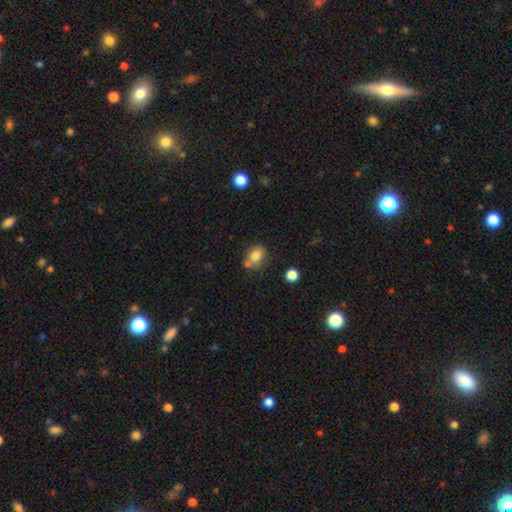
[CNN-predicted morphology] Q: Smooth or featured?
A: smooth (78%); runner-up: featured or disk (11%)
Q: How rounded?
A: in between (66%); runner-up: round (33%)
Q: Merging?
A: none (58%); runner-up: merger (21%)